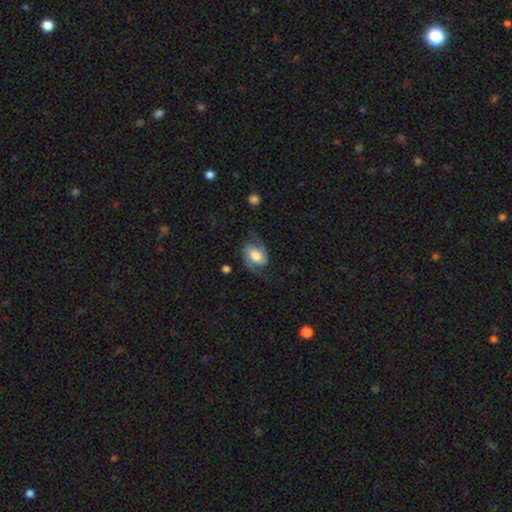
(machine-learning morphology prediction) Q: Smooth or featured?
A: featured or disk (74%); runner-up: smooth (19%)
Q: Edge-on disk?
A: no (97%); runner-up: yes (3%)
Q: Bar?
A: no (43%); runner-up: weak (40%)
Q: Spiral arms?
A: yes (94%); runner-up: no (6%)
Q: Spiral winding?
A: medium (47%); runner-up: loose (34%)
Q: Spiral arm count?
A: 2 (91%); runner-up: can't tell (3%)
Q: Bulge size?
A: moderate (42%); runner-up: large (36%)
Q: Merging?
A: none (68%); runner-up: minor disturbance (18%)